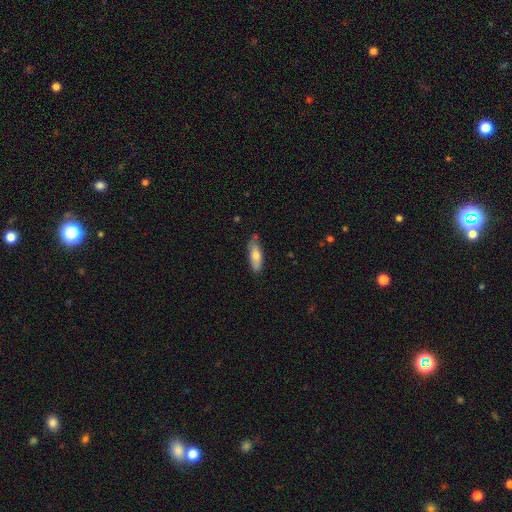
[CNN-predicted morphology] type=smooth (71%); roundness=in between (61%); merging=none (76%).